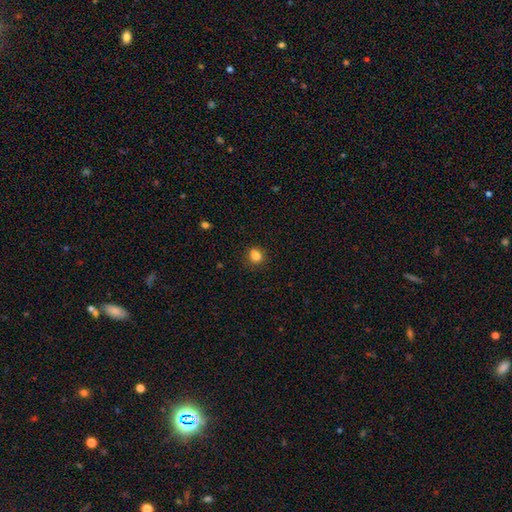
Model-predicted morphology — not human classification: Overall: smooth (83%). How rounded: round (58%; in between 41%). Merging: none (77%).